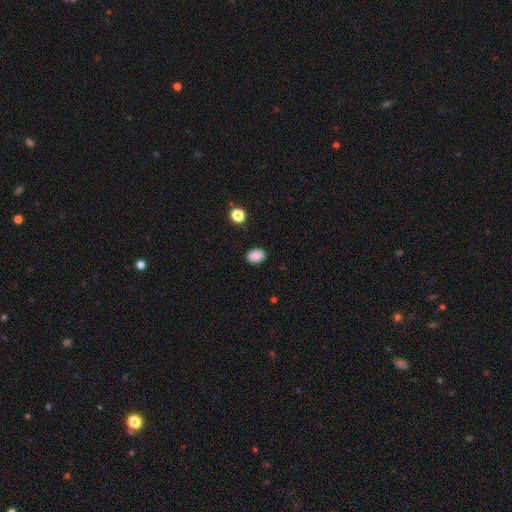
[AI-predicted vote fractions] Morphology: type=smooth (88%); roundness=in between (65%); merging=none (89%).